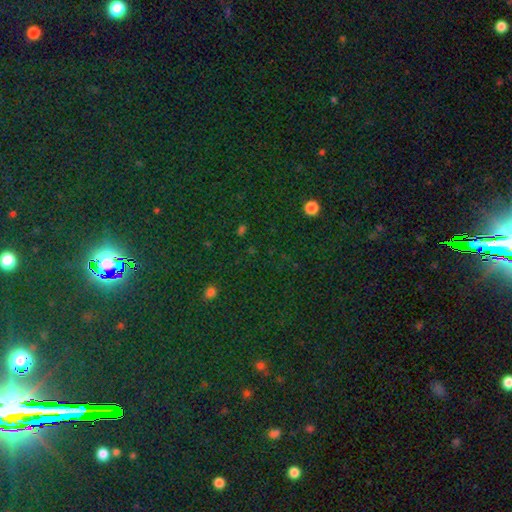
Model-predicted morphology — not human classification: Q: Smooth or featured?
A: star or artifact (79%); runner-up: smooth (14%)